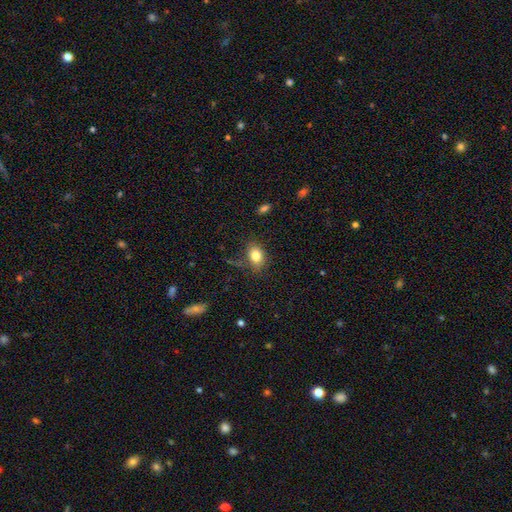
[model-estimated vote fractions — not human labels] Q: Smooth or featured?
A: smooth (81%); runner-up: star or artifact (10%)
Q: How rounded?
A: in between (73%); runner-up: round (25%)
Q: Merging?
A: none (76%); runner-up: minor disturbance (17%)